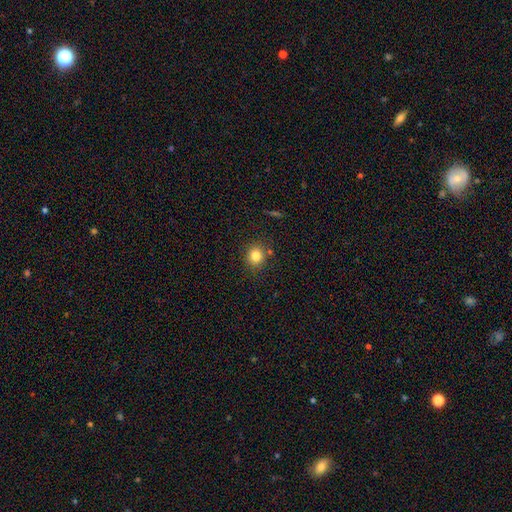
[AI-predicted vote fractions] smooth_or_featured: smooth (p=0.82) [alt: star or artifact p=0.12]
how_rounded: round (p=0.85) [alt: in between p=0.14]
merging: none (p=0.84) [alt: minor disturbance p=0.09]